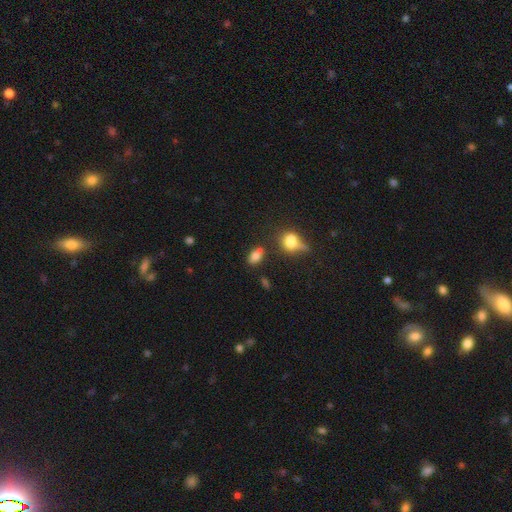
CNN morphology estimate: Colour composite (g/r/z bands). It shows a smooth galaxy with no disk features (76%) that is in between round and cigar-shaped (81%). Merging: none (58%).